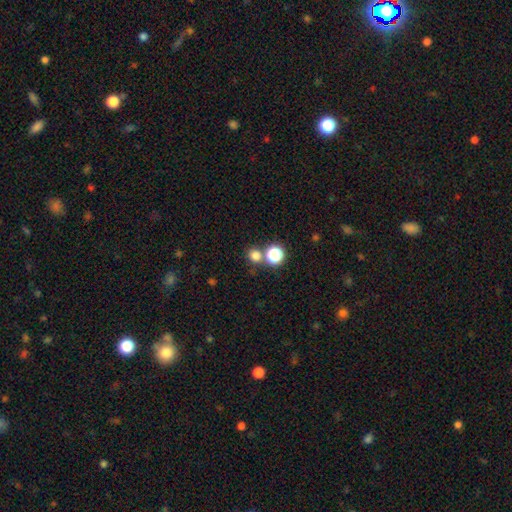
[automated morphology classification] Smooth or featured: smooth — 74% (star or artifact — 20%)
How rounded: round — 88% (in between — 11%)
Merging: none — 68% (merger — 22%)